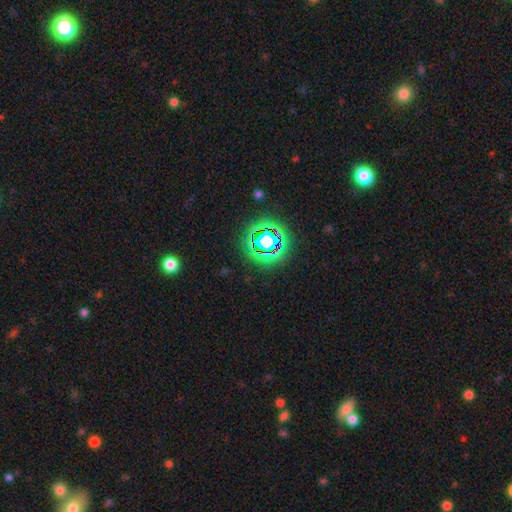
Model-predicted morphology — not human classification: Smooth or featured: star or artifact — 76% (smooth — 16%)